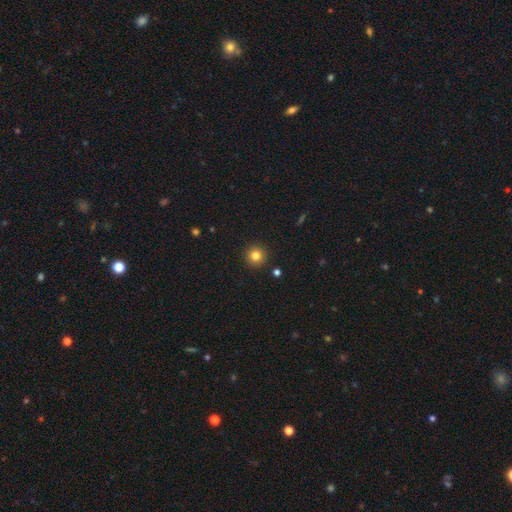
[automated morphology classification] Q: Smooth or featured?
A: smooth (82%); runner-up: star or artifact (12%)
Q: How rounded?
A: round (95%); runner-up: in between (4%)
Q: Merging?
A: none (92%); runner-up: minor disturbance (5%)